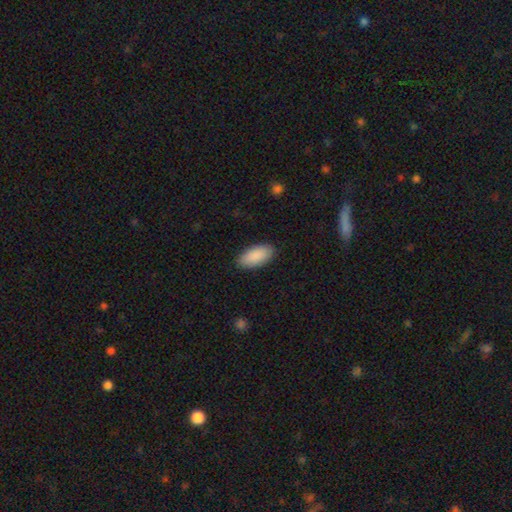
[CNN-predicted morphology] type=smooth (90%); roundness=in between (93%); merging=none (87%).